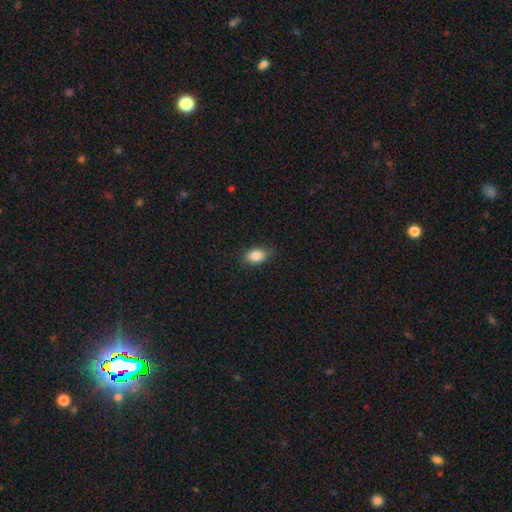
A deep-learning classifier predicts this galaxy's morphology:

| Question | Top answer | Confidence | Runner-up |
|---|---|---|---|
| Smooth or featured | smooth | 85% | star or artifact (9%) |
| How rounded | in between | 76% | round (22%) |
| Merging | none | 81% | minor disturbance (16%) |